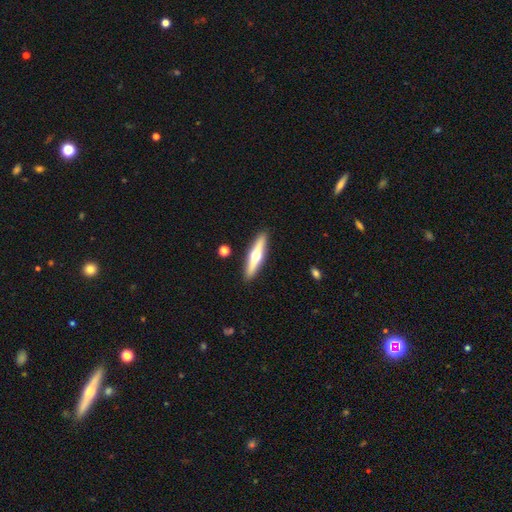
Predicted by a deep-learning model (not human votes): This appears to be a featured or disk galaxy (64%) viewed edge-on (96%) with a rounded central bulge (95%). Merging: none (91%).